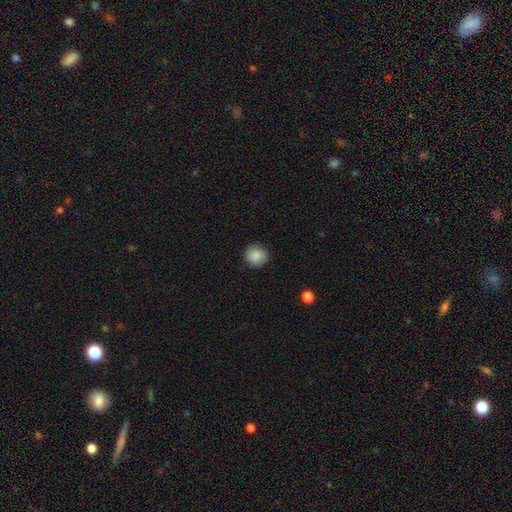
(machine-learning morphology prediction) The model was most divided on "smooth or featured": smooth: 82%, featured or disk: 10%, star or artifact: 8%. More confident: how rounded — round (89%); merging — none (87%).